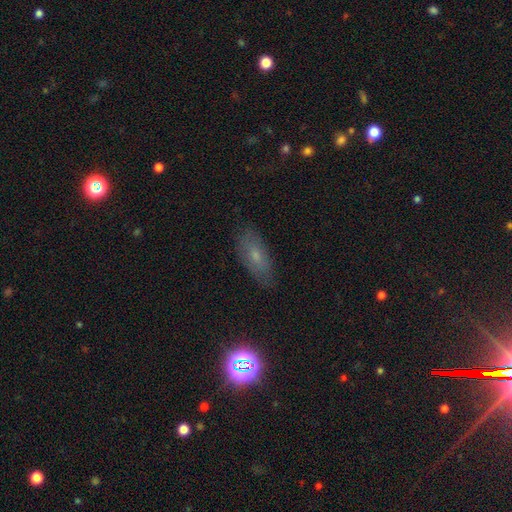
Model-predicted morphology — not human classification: smooth_or_featured: smooth (p=0.59) [alt: featured or disk p=0.26]
how_rounded: in between (p=0.77) [alt: cigar-shaped p=0.18]
merging: none (p=0.80) [alt: minor disturbance p=0.15]